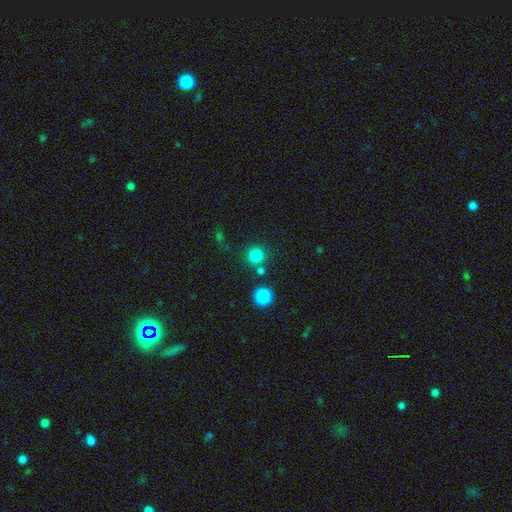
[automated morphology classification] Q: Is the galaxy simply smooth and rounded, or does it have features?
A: smooth — 81%.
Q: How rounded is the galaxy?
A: round — 94%.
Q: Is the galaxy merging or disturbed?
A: none — 79%.